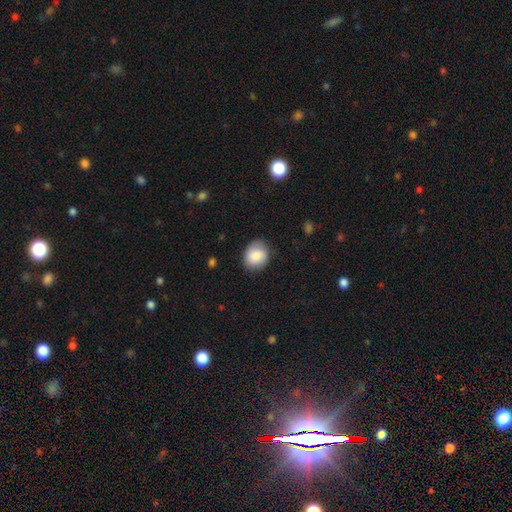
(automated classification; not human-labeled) The model was most divided on "how rounded": round: 62%, in between: 37%, cigar-shaped: 1%. More confident: smooth or featured — smooth (83%); merging — none (79%).